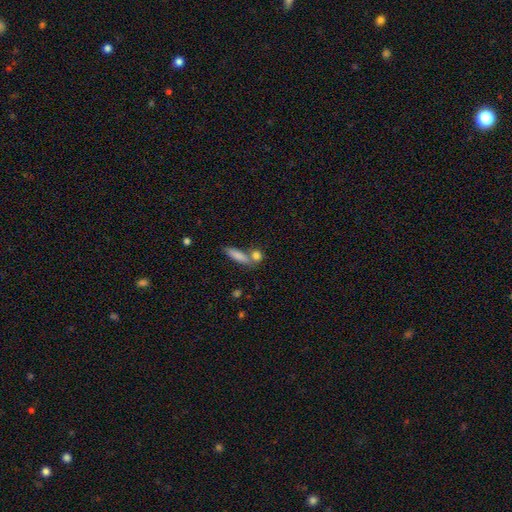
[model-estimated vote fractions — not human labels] Smooth or featured? smooth (81%)
How rounded? round (41%)
Merging? none (59%)